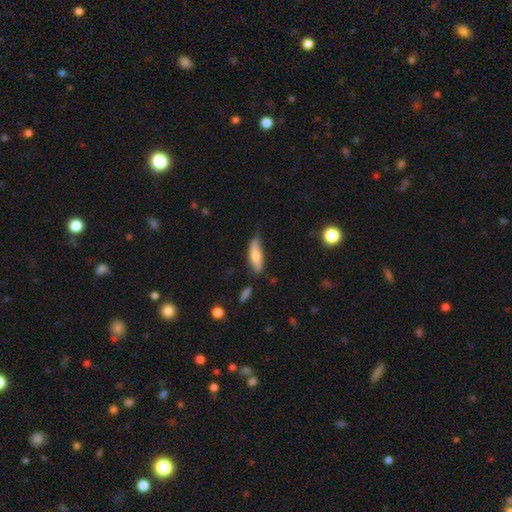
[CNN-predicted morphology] type=smooth (69%); roundness=cigar-shaped (51%); merging=none (63%).